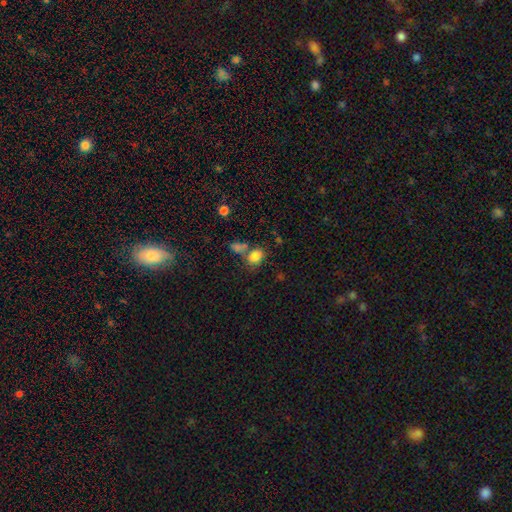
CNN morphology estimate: This is clearly a smooth galaxy (80%). How rounded: likely in between (63%). Merging: possibly none (49%).